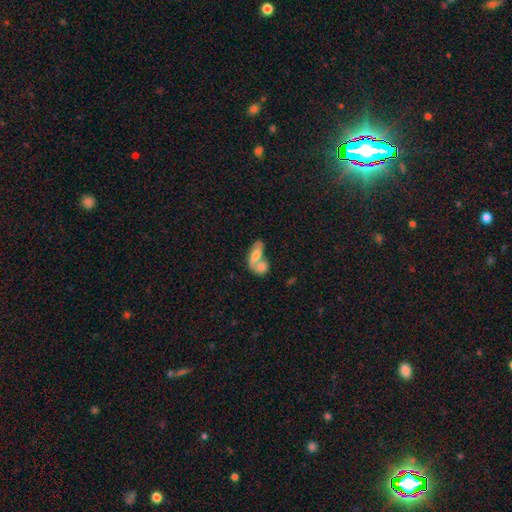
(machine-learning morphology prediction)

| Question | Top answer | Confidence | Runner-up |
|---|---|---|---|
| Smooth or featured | smooth | 53% | featured or disk (39%) |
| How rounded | in between | 73% | cigar-shaped (20%) |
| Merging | merger | 60% | none (24%) |